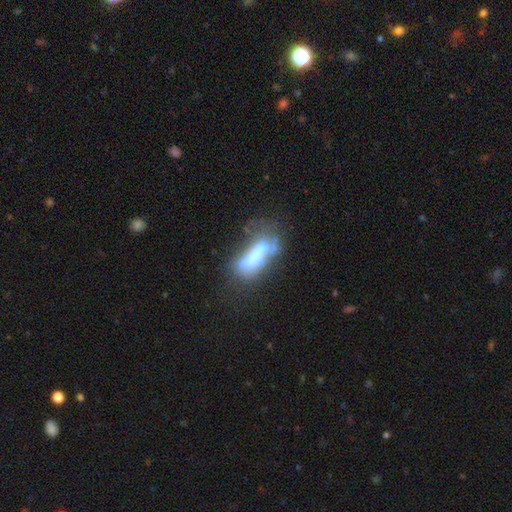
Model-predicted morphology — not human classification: This is possibly a featured or disk galaxy (46%). Merging: marginally major disturbance (29%).